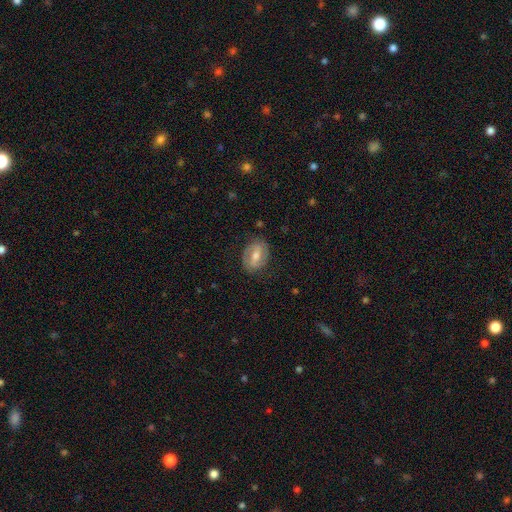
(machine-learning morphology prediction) A featured or disk galaxy (57%) with a strong bar (45%), spiral arms (63%) and a moderate central bulge (64%). Merging: none (79%).